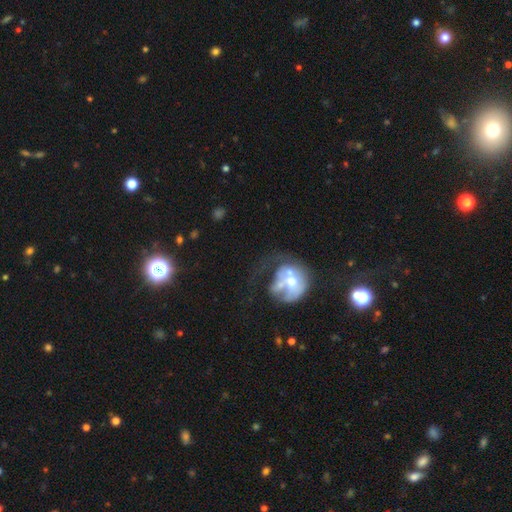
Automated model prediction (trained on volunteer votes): Smooth or featured?
  - featured or disk: 55% *
  - smooth: 24%
  - star or artifact: 20%
Edge-on disk?
  - no: 94% *
  - yes: 6%
Bar?
  - no: 63% *
  - weak: 26%
  - strong: 11%
Spiral arms?
  - yes: 56% *
  - no: 44%
Bulge size?
  - moderate: 52% *
  - small: 37%
  - large: 5%
  - none: 4%
  - dominant: 2%
Merging?
  - none: 36% *
  - major disturbance: 33%
  - minor disturbance: 17%
  - merger: 14%